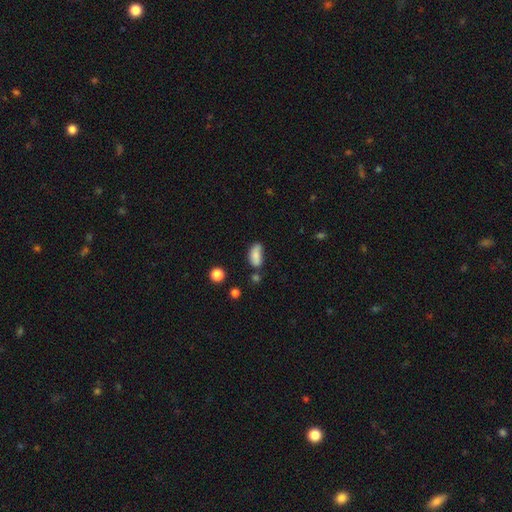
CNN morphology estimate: This appears to be a smooth galaxy with no disk features (77%) that is in between round and cigar-shaped (88%). Merging: none (48%).